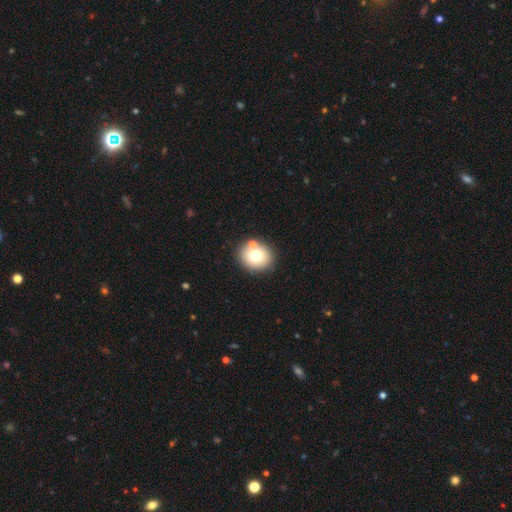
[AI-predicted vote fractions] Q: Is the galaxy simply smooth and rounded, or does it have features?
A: smooth — 72%.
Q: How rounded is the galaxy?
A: round — 71%.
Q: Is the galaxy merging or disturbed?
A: none — 74%.